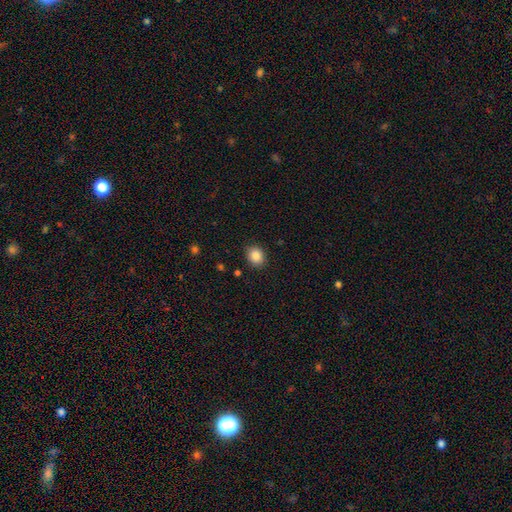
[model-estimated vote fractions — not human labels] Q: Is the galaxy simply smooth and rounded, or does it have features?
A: smooth — 86%.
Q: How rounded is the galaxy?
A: round — 62%.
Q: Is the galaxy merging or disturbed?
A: none — 88%.